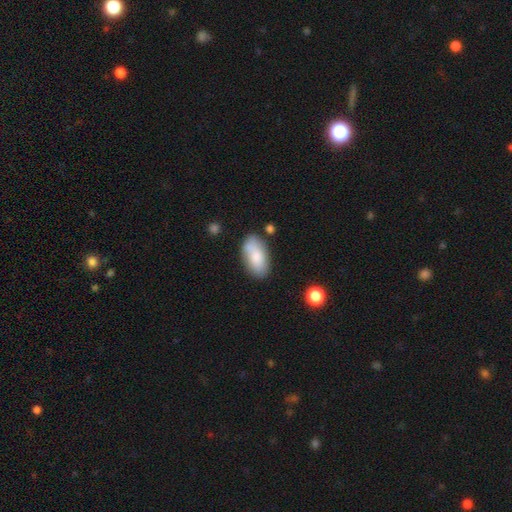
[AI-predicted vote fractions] smooth 79%, featured or disk 14%, star or artifact 7%. Down the decision tree: how rounded — in between (94%); merging — none (71%).